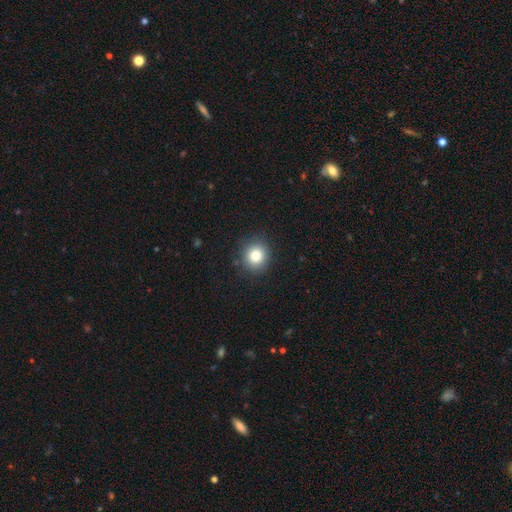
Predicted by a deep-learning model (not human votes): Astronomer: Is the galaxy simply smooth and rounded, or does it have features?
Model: smooth — 81%.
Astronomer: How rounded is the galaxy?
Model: round — 88%.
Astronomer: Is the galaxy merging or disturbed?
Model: none — 89%.